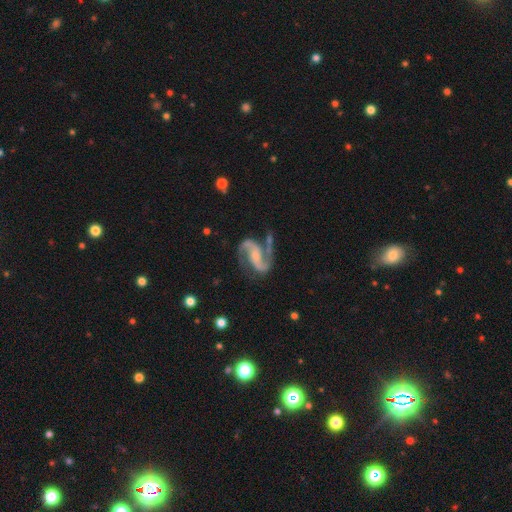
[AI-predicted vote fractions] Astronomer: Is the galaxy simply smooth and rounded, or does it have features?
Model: featured or disk — 92%.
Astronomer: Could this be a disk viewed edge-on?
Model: no — 98%.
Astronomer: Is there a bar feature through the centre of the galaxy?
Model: weak — 35% (runner-up: no, 33%).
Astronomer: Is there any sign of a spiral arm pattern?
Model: yes — 98%.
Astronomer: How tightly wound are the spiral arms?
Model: medium — 56%.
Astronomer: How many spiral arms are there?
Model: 2 — 94%.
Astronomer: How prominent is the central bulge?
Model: small — 41% (runner-up: none, 29%).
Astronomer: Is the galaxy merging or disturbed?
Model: none — 69%.